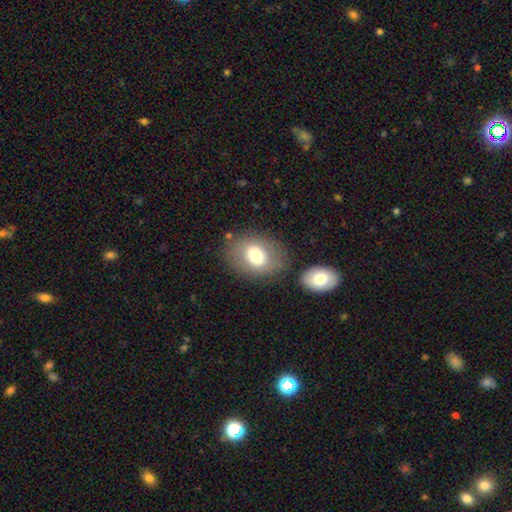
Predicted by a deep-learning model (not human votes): This is likely a smooth galaxy (73%). How rounded: likely in between (65%). Merging: likely none (71%).